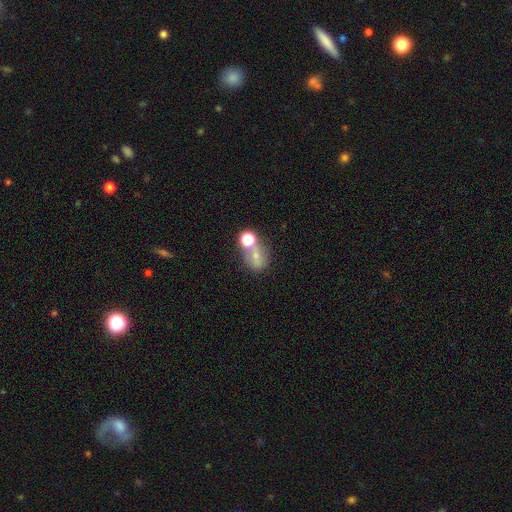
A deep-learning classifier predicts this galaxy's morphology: type=smooth (58%); roundness=round (54%); merging=none (42%).